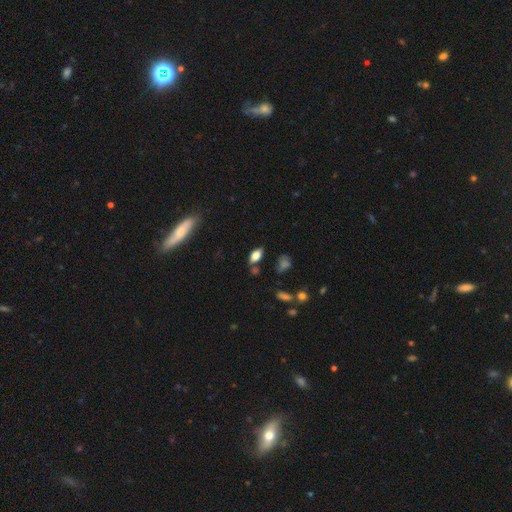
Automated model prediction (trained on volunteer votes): This appears to be a smooth galaxy with no disk features (78%) that is in between round and cigar-shaped (87%). Merging: none (75%).